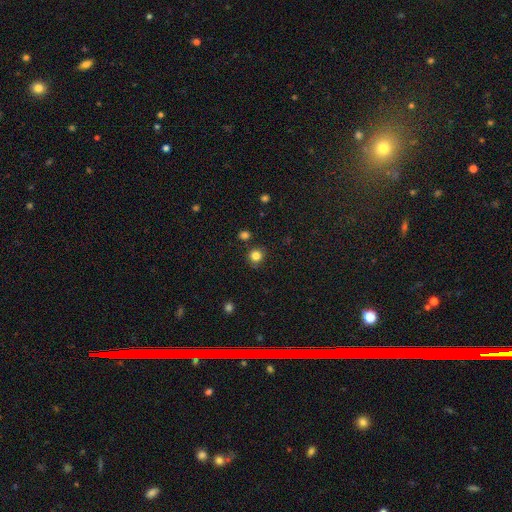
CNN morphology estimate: Smooth or featured: smooth — 83% (star or artifact — 13%)
How rounded: round — 91% (in between — 8%)
Merging: none — 86% (minor disturbance — 8%)